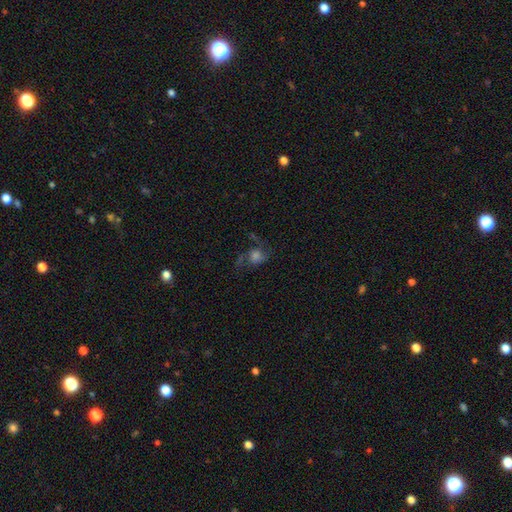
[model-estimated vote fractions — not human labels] Smooth or featured: featured or disk — 55% (smooth — 27%)
Edge-on disk: no — 95% (yes — 5%)
Bar: no — 75% (weak — 21%)
Spiral arms: yes — 84% (no — 16%)
Bulge size: moderate — 38% (small — 23%)
Merging: none — 52% (major disturbance — 27%)